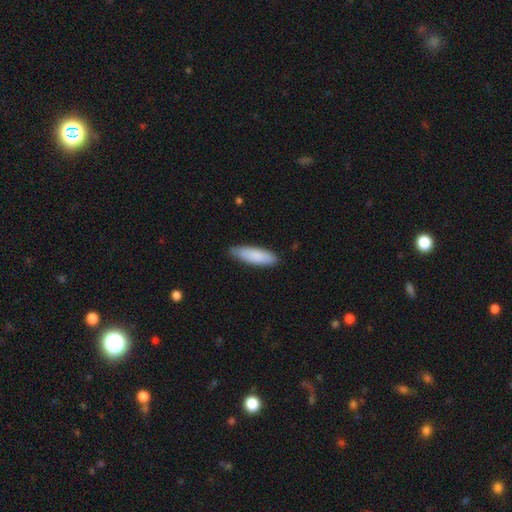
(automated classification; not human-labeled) Smooth or featured? Predicted: smooth (p=0.85). How rounded? Predicted: cigar-shaped (p=0.56). Merging? Predicted: none (p=0.84).